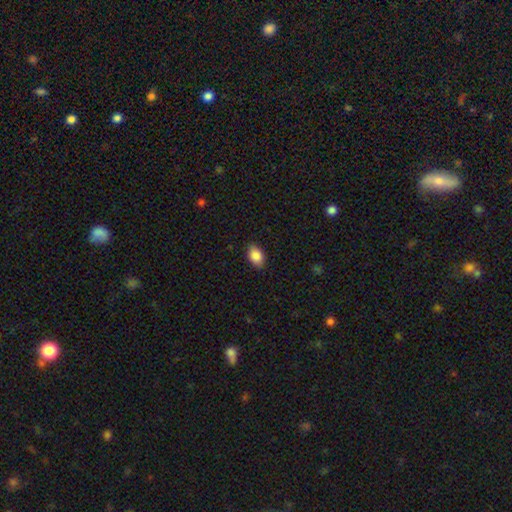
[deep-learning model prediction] Overall: smooth (88%). How rounded: in between (85%). Merging: none (87%).